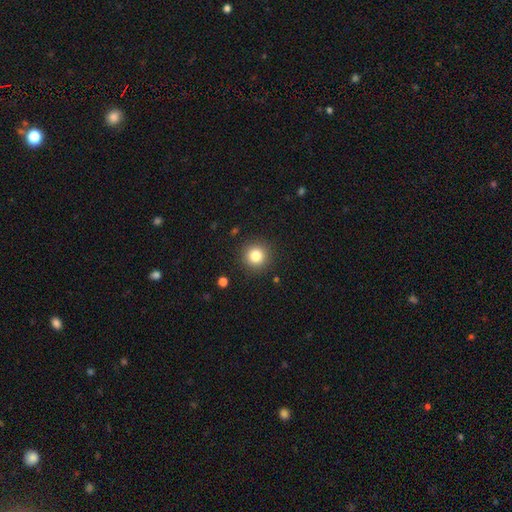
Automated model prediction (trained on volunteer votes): Smooth or featured?
  - smooth: 82% *
  - star or artifact: 11%
  - featured or disk: 6%
How rounded?
  - round: 94% *
  - in between: 5%
  - cigar-shaped: 1%
Merging?
  - none: 90% *
  - minor disturbance: 6%
  - major disturbance: 2%
  - merger: 1%